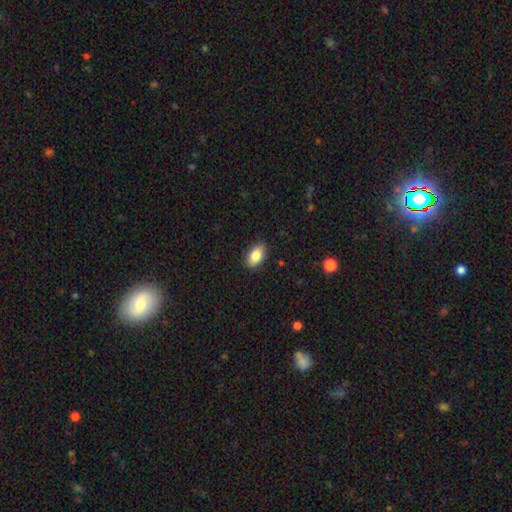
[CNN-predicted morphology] The model was most divided on "merging": none: 87%, minor disturbance: 10%, major disturbance: 2%, merger: 1%. More confident: how rounded — in between (91%); smooth or featured — smooth (85%).